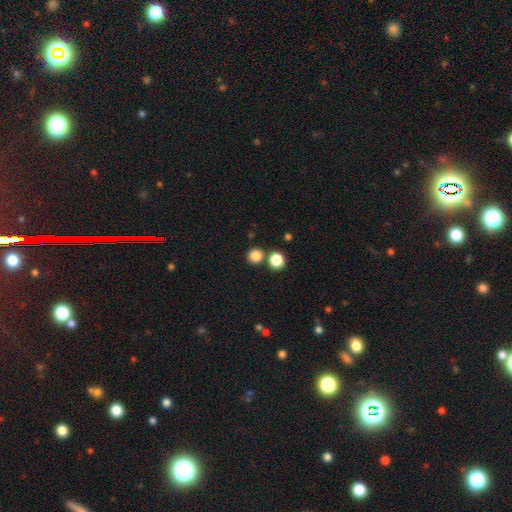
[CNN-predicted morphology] smooth-or-featured: smooth: 84% | star or artifact: 12% | featured or disk: 4%
  how-rounded: round: 90% | in between: 9% | cigar-shaped: 1%
  merging: none: 77% | merger: 14% | minor disturbance: 6% | major disturbance: 2%